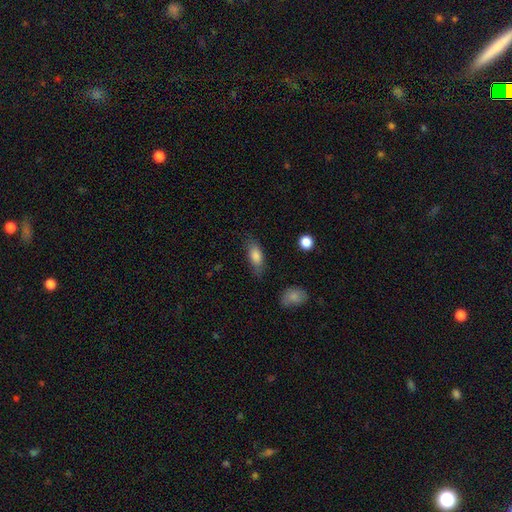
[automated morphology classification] Smooth or featured: smooth — 81% (featured or disk — 12%)
How rounded: in between — 80% (cigar-shaped — 17%)
Merging: none — 72% (minor disturbance — 20%)